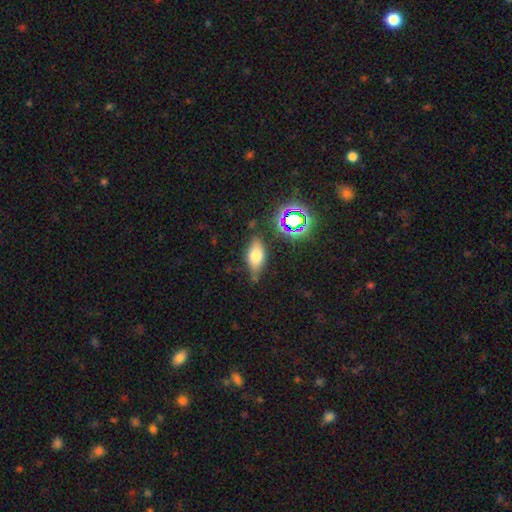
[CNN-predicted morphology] Smooth or featured? Predicted: smooth (p=0.62). How rounded? Predicted: in between (p=0.80). Merging? Predicted: none (p=0.71).